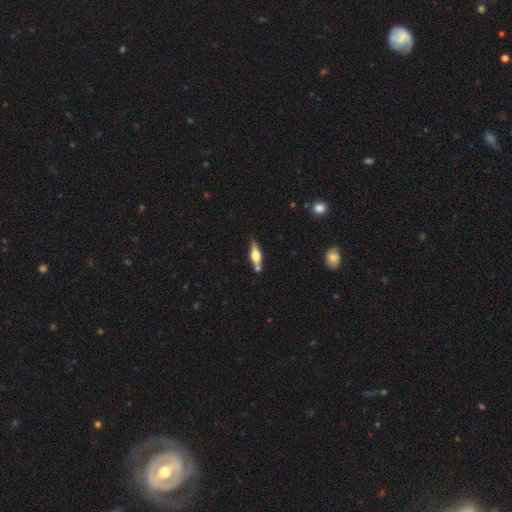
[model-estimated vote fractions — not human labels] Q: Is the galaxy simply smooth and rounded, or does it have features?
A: featured or disk — 48%.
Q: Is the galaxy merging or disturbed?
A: none — 69%.